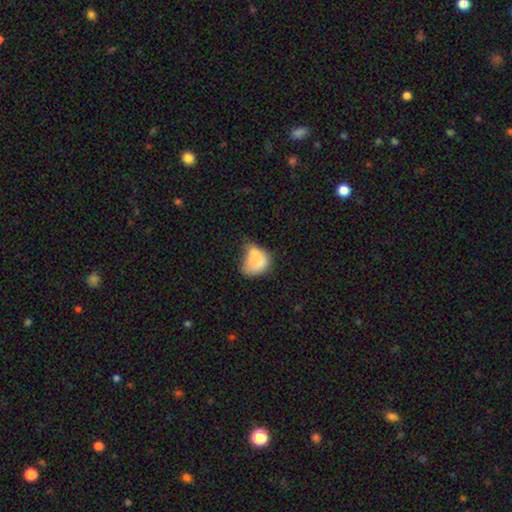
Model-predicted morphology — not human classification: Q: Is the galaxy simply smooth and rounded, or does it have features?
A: smooth — 70%.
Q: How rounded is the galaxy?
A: in between — 71%.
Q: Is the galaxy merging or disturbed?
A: minor disturbance — 28%.